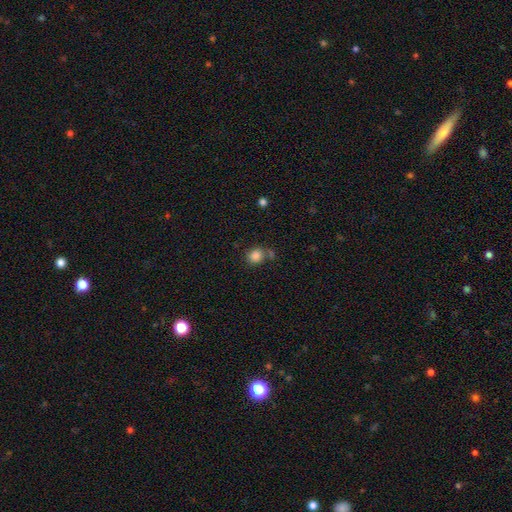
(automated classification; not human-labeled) The model was most divided on "merging": none: 65%, merger: 16%, minor disturbance: 14%, major disturbance: 5%. More confident: smooth or featured — smooth (84%); how rounded — round (77%).